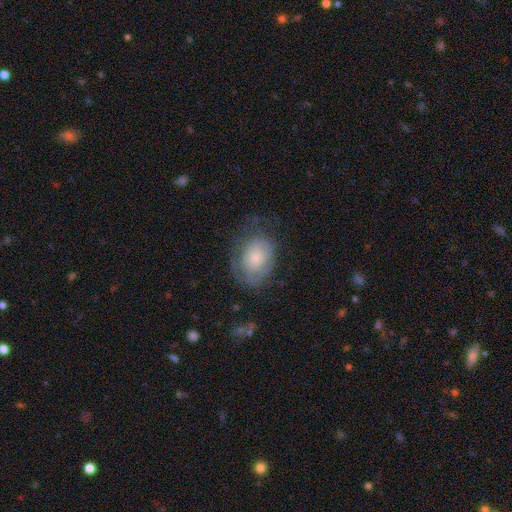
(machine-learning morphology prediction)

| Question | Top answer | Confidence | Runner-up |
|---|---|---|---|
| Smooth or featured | smooth | 50% | featured or disk (42%) |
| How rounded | in between | 67% | round (32%) |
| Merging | none | 55% | minor disturbance (26%) |